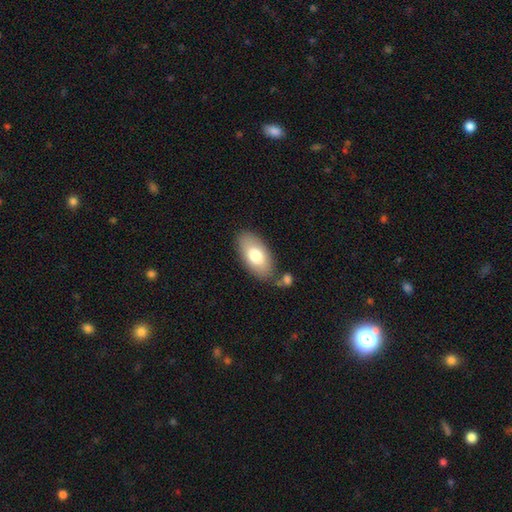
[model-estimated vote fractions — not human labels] smooth-or-featured: smooth: 75% | featured or disk: 18% | star or artifact: 6%
  how-rounded: in between: 94% | round: 3% | cigar-shaped: 3%
  merging: none: 73% | minor disturbance: 14% | merger: 9% | major disturbance: 4%